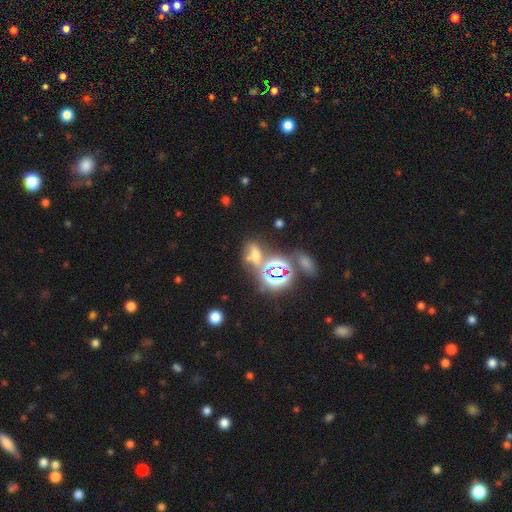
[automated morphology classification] Overall: star or artifact (48%; smooth 36%).